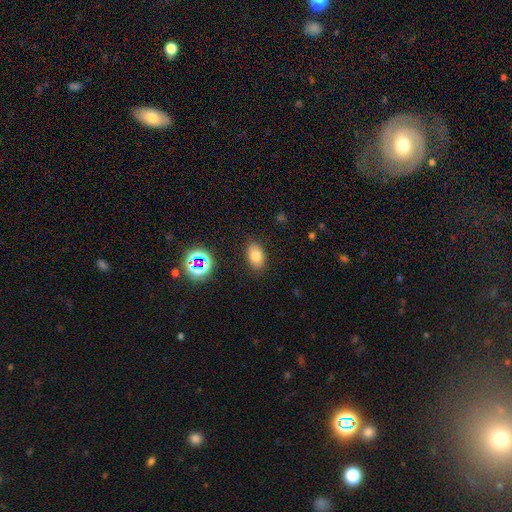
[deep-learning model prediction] The model was most divided on "smooth or featured": smooth: 74%, star or artifact: 14%, featured or disk: 12%. More confident: merging — none (85%); how rounded — in between (84%).